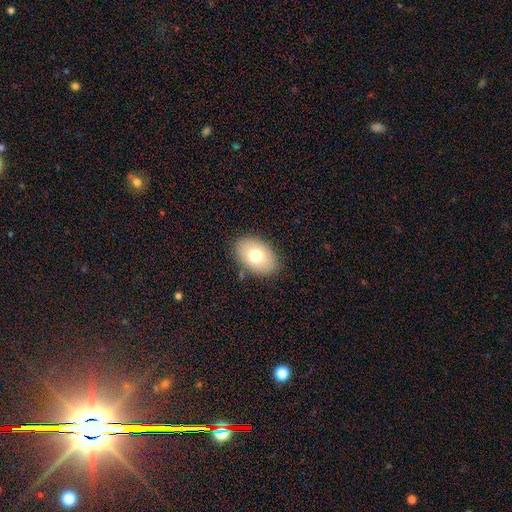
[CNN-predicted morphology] Smooth or featured? Predicted: smooth (p=0.74). How rounded? Predicted: in between (p=0.86). Merging? Predicted: none (p=0.85).